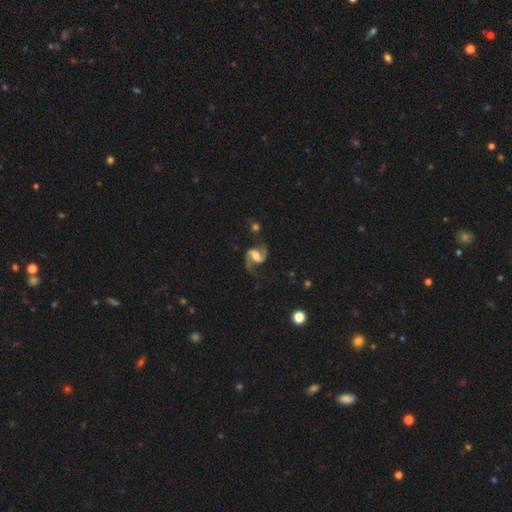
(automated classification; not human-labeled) A featured or disk galaxy (90%) with a weak bar (48%), 2 (94%) medium (47%) spiral arms (97%) and a moderate central bulge (42%).

Vote fractions:
- Smooth or featured? featured or disk: 90% / smooth: 5% / star or artifact: 5%
- Edge-on disk? no: 98% / yes: 2%
- Bar? weak: 48% / strong: 31% / no: 20%
- Spiral arms? yes: 97% / no: 3%
- Spiral winding? medium: 47% / loose: 45% / tight: 8%
- Spiral arm count? 2: 94% / 1: 2% / can't tell: 2% / 3: 1% / 4: 1% / more than 4: 1%
- Bulge size? moderate: 42% / small: 23% / large: 17% / none: 16% / dominant: 2%
- Merging? none: 71% / minor disturbance: 15% / major disturbance: 9% / merger: 4%